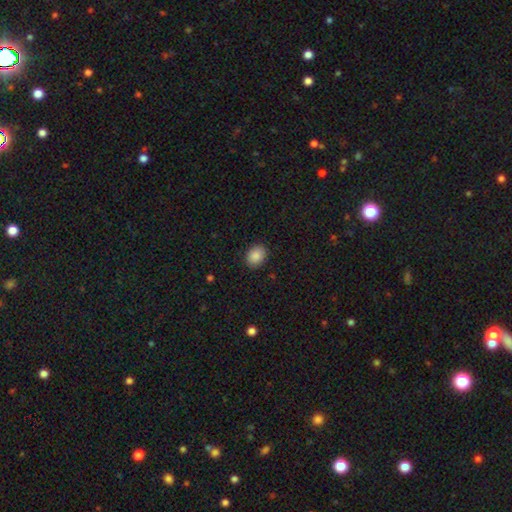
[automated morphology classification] Smooth or featured: smooth — 88% (star or artifact — 8%)
How rounded: in between — 55% (round — 44%)
Merging: none — 89% (minor disturbance — 8%)